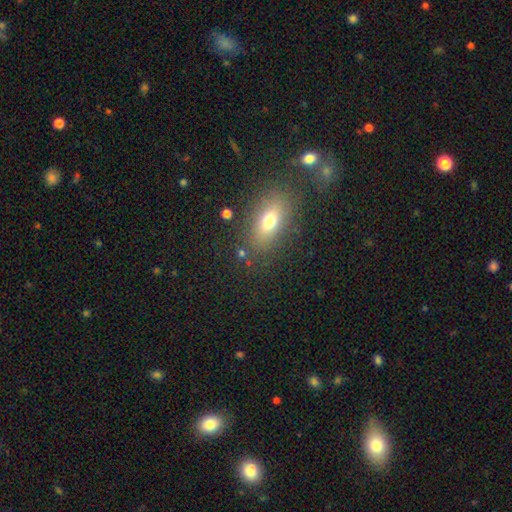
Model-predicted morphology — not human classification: smooth_or_featured: smooth (p=0.63) [alt: star or artifact p=0.22]
how_rounded: in between (p=0.80) [alt: round p=0.14]
merging: none (p=0.80) [alt: minor disturbance p=0.11]